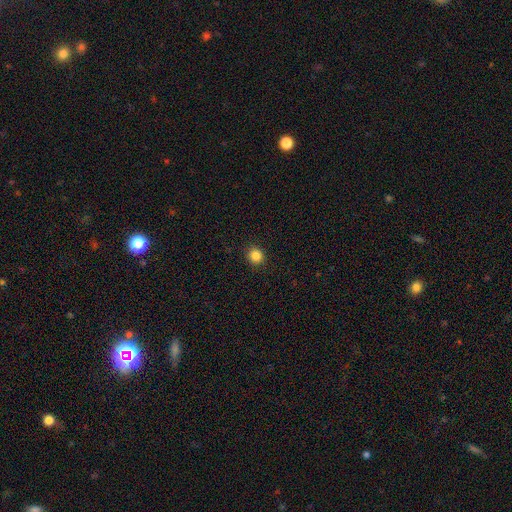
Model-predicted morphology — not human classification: Q: Smooth or featured?
A: smooth (85%); runner-up: star or artifact (11%)
Q: How rounded?
A: round (88%); runner-up: in between (11%)
Q: Merging?
A: none (92%); runner-up: minor disturbance (5%)